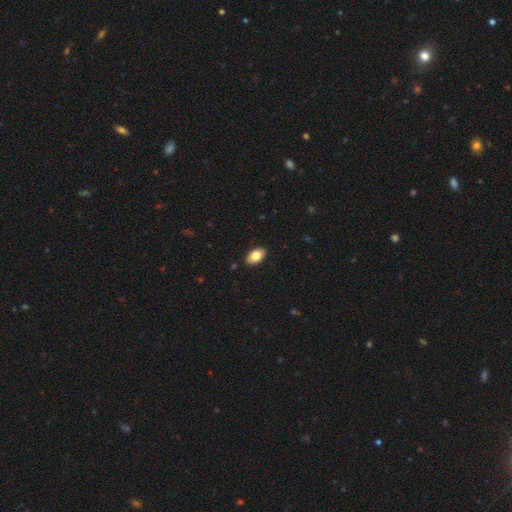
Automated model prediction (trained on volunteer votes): This appears to be a smooth galaxy with no disk features (81%) that is in between round and cigar-shaped (93%). Merging: none (90%).